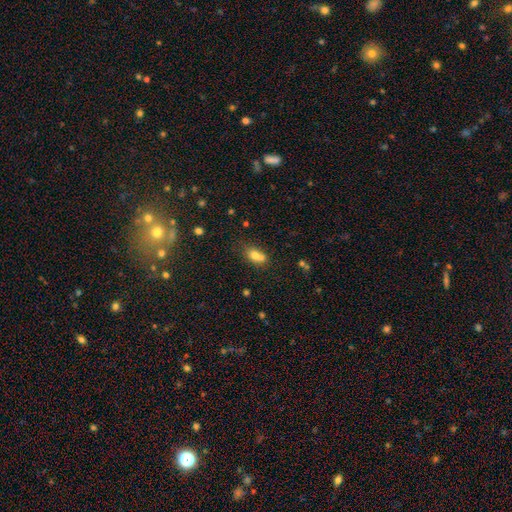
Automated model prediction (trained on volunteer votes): This appears to be a smooth galaxy with no disk features (72%) that is in between round and cigar-shaped (67%). Merging: merger (46%).